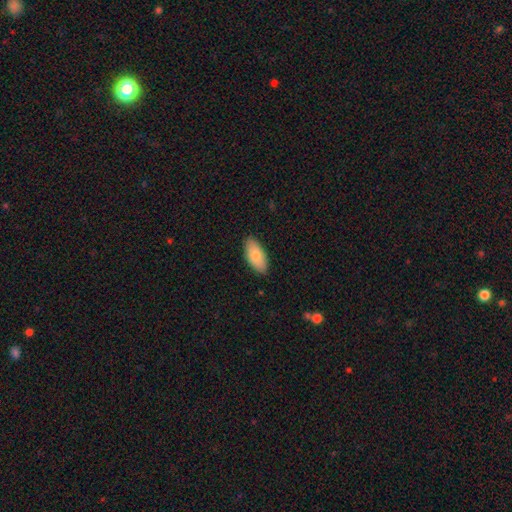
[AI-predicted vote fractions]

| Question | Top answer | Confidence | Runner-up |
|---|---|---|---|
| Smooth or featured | smooth | 80% | featured or disk (14%) |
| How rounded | in between | 93% | cigar-shaped (5%) |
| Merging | none | 86% | minor disturbance (11%) |